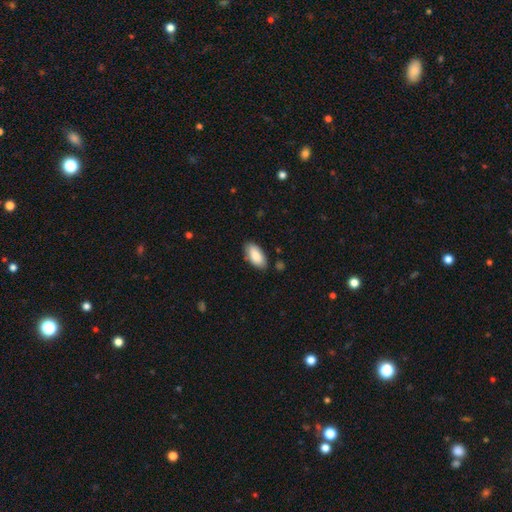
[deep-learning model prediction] This is clearly a smooth galaxy (86%). How rounded: clearly in between (93%). Merging: clearly none (83%).